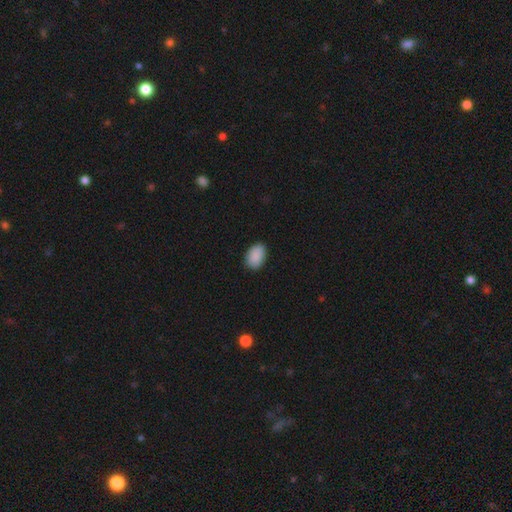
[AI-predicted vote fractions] The model was most divided on "how rounded": in between: 86%, round: 13%, cigar-shaped: 1%. More confident: smooth or featured — smooth (90%); merging — none (85%).